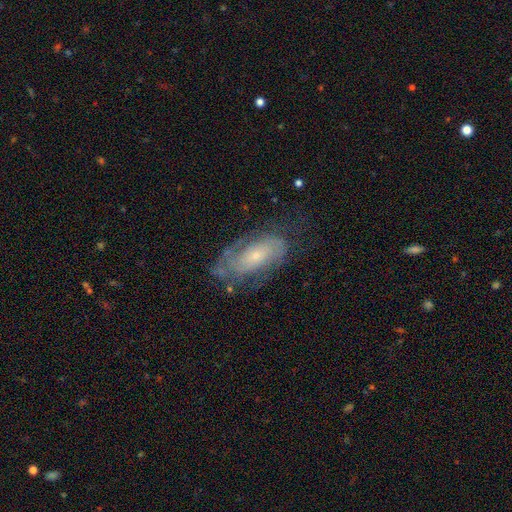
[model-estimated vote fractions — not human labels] The model was most divided on "merging": none: 61%, minor disturbance: 23%, major disturbance: 15%, merger: 2%. More confident: edge-on disk — no (91%); spiral arms — yes (79%); bar — no (71%); smooth or featured — featured or disk (68%); bulge size — small (67%).